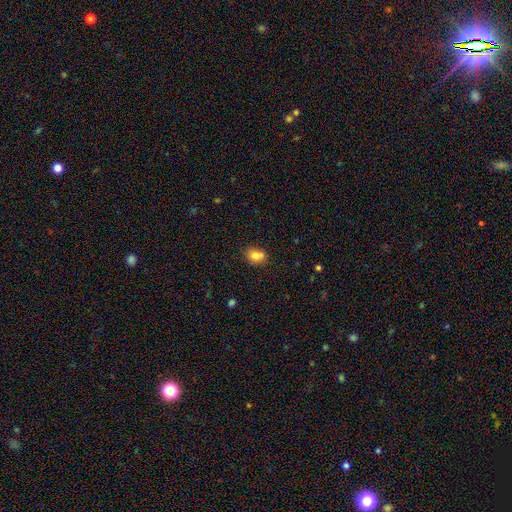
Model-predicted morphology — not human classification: type=smooth (82%); roundness=in between (63%); merging=none (70%).